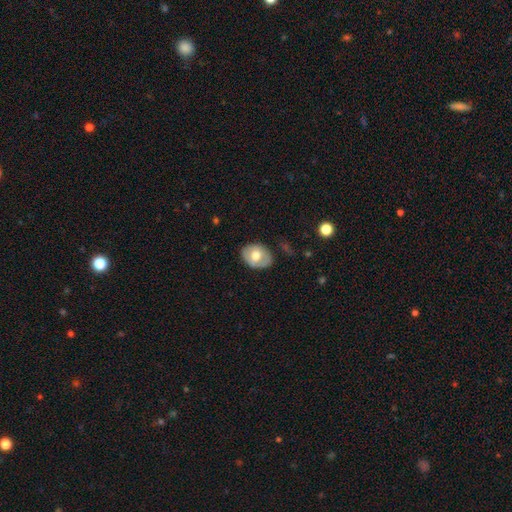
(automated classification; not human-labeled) This appears to be a smooth galaxy with no disk features (59%) that is in between round and cigar-shaped (71%). Merging: none (79%).